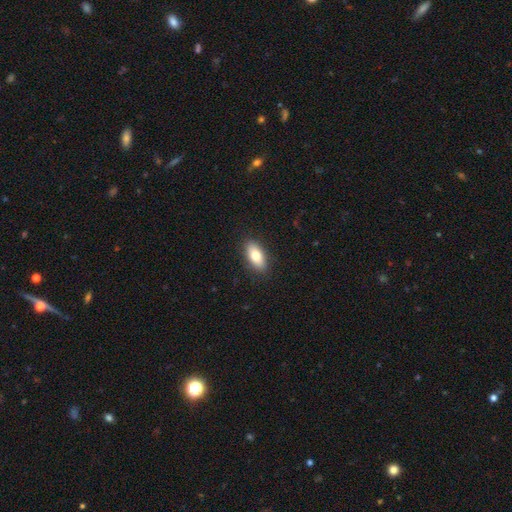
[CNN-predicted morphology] smooth 77%, featured or disk 16%, star or artifact 7%. Down the decision tree: how rounded — in between (87%); merging — none (88%).